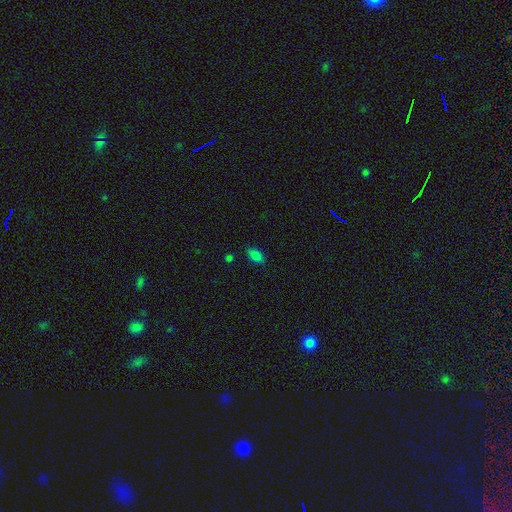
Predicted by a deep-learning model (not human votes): A smooth galaxy with no disk features (80%) that is in between round and cigar-shaped (89%). Merging: none (81%).